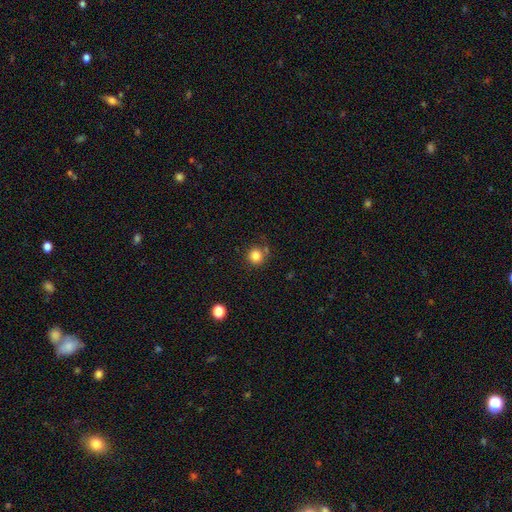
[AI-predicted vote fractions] This is clearly a smooth galaxy (83%). How rounded: clearly round (92%). Merging: likely none (77%).